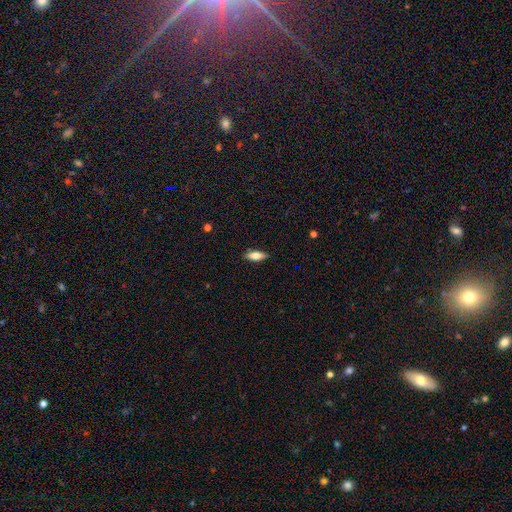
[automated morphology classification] Q: Smooth or featured?
A: smooth (68%); runner-up: featured or disk (26%)
Q: How rounded?
A: in between (65%); runner-up: cigar-shaped (32%)
Q: Merging?
A: none (87%); runner-up: minor disturbance (10%)